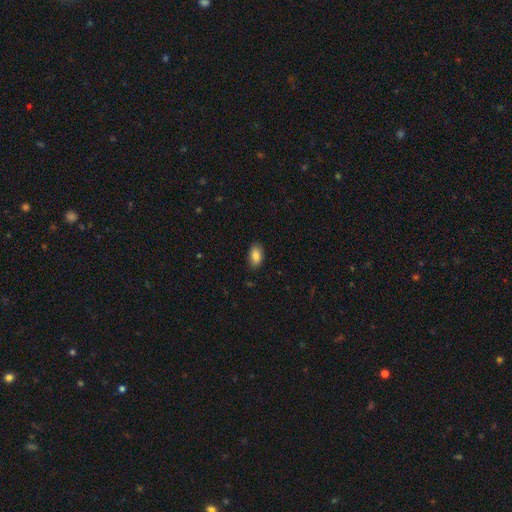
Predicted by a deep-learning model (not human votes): This appears to be a smooth galaxy with no disk features (85%) that is in between round and cigar-shaped (92%). Merging: none (87%).